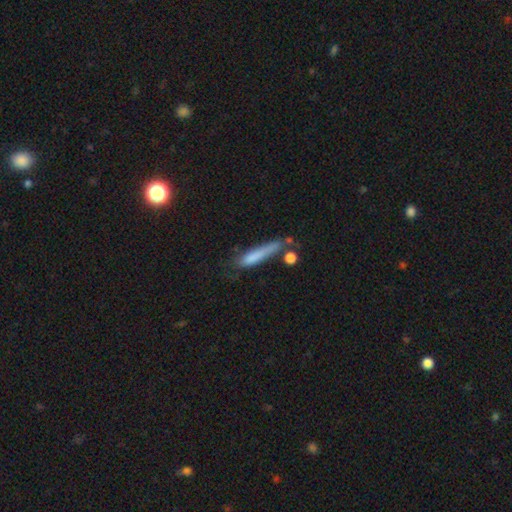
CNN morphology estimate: This appears to be a smooth galaxy with no disk features (71%) that is cigar-shaped (86%). Merging: none (48%).